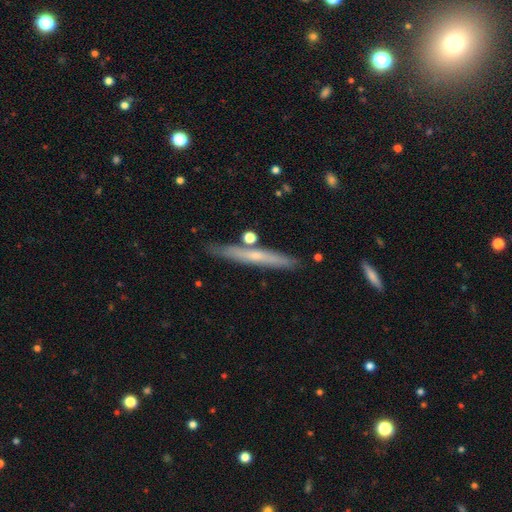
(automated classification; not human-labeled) Smooth or featured: featured or disk — 47% (smooth — 46%)
Merging: none — 83% (minor disturbance — 11%)